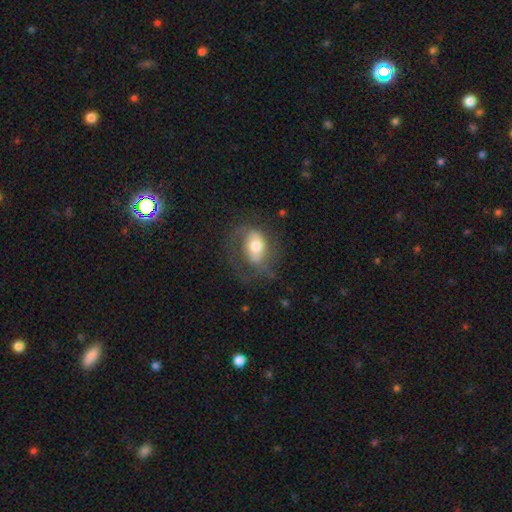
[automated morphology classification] Smooth or featured? featured or disk (59%)
Edge-on disk? no (94%)
Bar? no (42%)
Spiral arms? yes (76%)
Bulge size? moderate (60%)
Merging? none (62%)